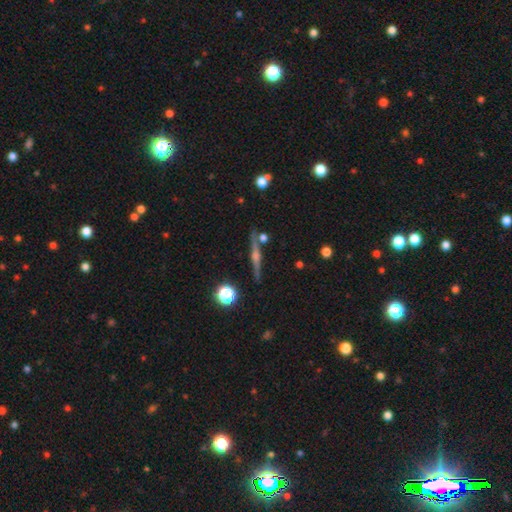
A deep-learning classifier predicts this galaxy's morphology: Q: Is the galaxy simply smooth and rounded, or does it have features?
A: featured or disk — 77%.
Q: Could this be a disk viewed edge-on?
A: yes — 98%.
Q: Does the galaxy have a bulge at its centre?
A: rounded — 86%.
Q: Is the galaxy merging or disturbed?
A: none — 86%.